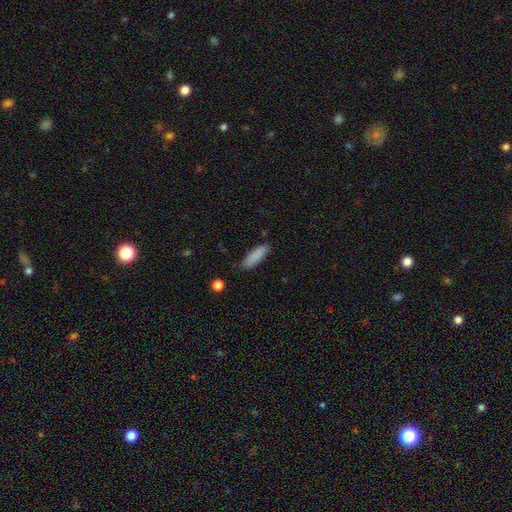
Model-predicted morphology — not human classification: Smooth or featured? smooth (86%)
How rounded? cigar-shaped (50%)
Merging? none (82%)